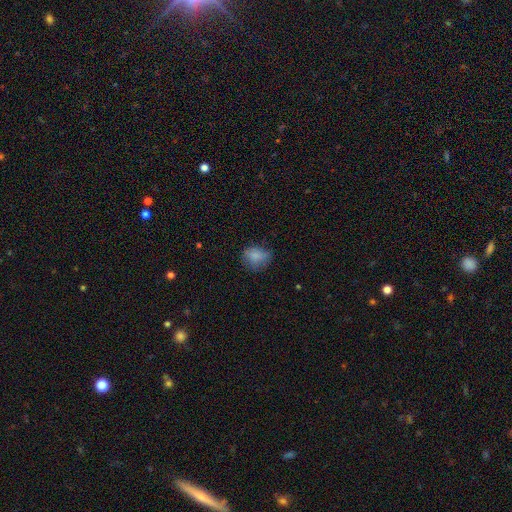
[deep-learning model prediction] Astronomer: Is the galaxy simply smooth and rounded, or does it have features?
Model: smooth — 80%.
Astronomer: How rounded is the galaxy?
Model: round — 58% (runner-up: in between, 40%).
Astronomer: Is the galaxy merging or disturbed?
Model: none — 63%.